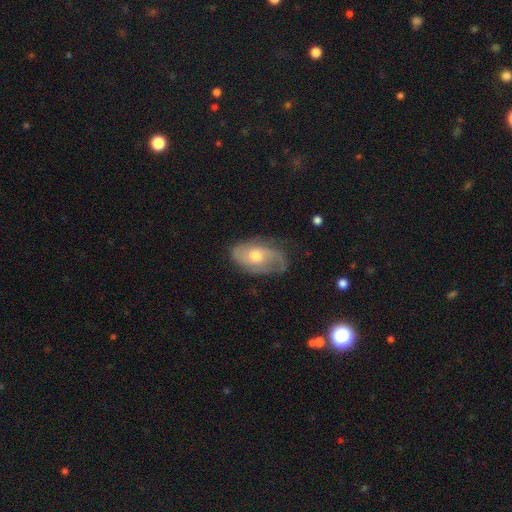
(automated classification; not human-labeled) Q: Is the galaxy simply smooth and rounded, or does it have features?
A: featured or disk — 67%.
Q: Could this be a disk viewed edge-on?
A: no — 94%.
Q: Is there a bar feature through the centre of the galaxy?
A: no — 73%.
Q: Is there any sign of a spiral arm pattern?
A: yes — 85%.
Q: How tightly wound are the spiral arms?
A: medium — 40%.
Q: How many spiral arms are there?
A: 2 — 52%.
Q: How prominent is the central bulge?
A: moderate — 69%.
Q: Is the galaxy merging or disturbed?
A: none — 61%.